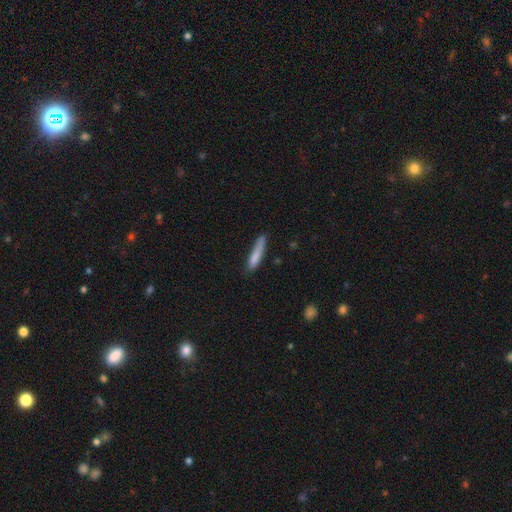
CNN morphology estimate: Smooth or featured: smooth — 78% (featured or disk — 15%)
How rounded: cigar-shaped — 91% (in between — 8%)
Merging: none — 67% (minor disturbance — 24%)